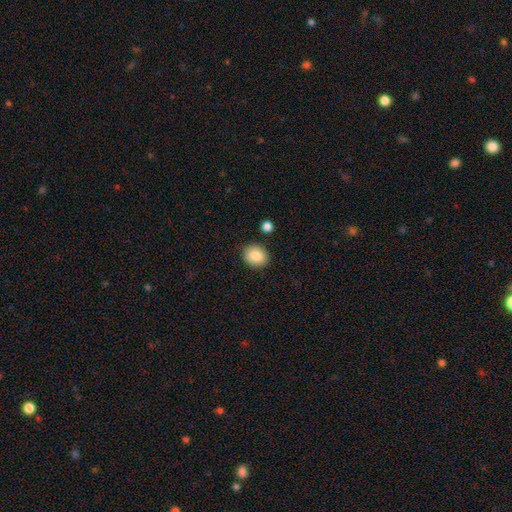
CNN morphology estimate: smooth_or_featured: smooth (p=0.87) [alt: star or artifact p=0.08]
how_rounded: round (p=0.69) [alt: in between p=0.30]
merging: none (p=0.87) [alt: minor disturbance p=0.08]